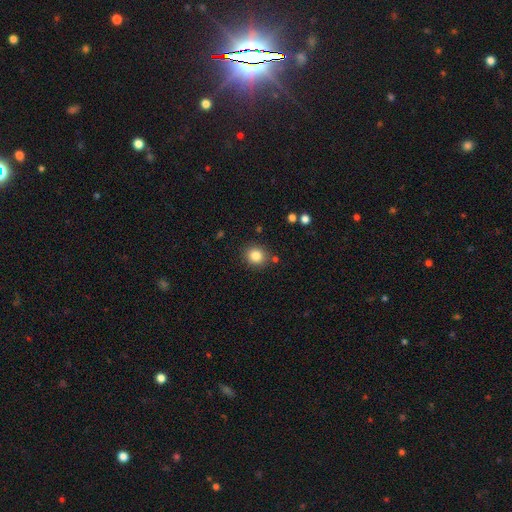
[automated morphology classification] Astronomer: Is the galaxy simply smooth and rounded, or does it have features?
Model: smooth — 83%.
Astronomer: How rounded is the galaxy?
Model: round — 82%.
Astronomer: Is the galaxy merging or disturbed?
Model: none — 86%.